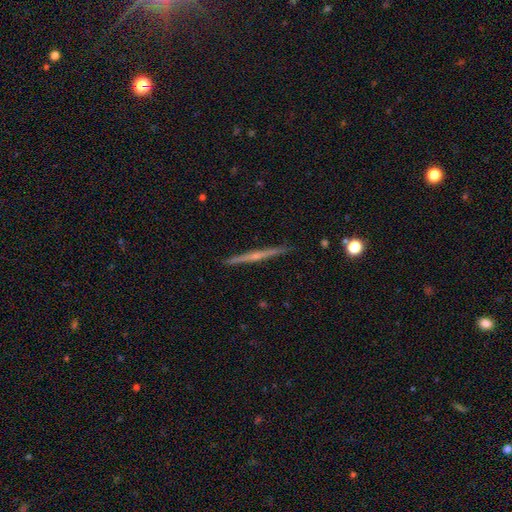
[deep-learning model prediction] This is likely a featured or disk galaxy (75%). It is clearly viewed edge-on (98%). Edge-on bulge: likely rounded (67%). Merging: clearly none (92%).